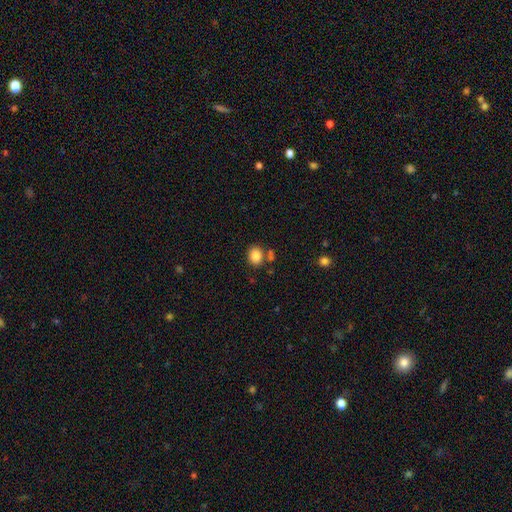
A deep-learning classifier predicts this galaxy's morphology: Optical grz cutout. It shows a smooth galaxy with no disk features (86%) that is in between round and cigar-shaped (54%). Merging: none (71%).